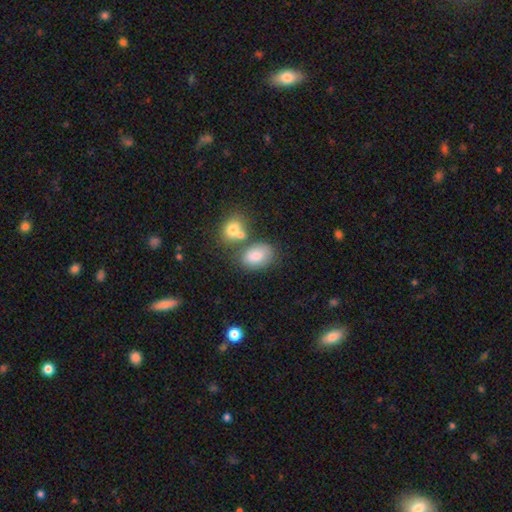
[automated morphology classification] This is likely a smooth galaxy (80%). How rounded: clearly in between (80%). Merging: possibly none (57%).